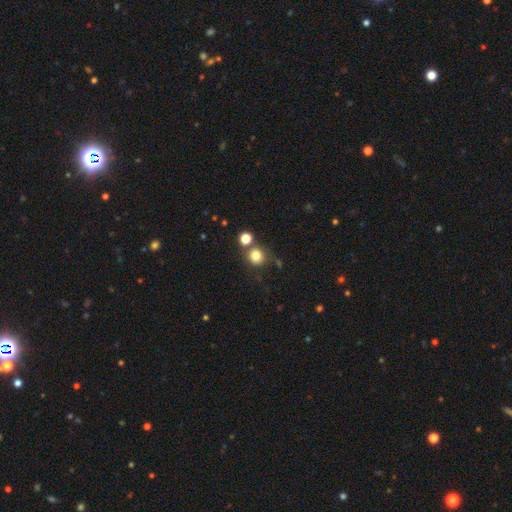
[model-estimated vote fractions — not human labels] A smooth galaxy with no disk features (81%) that is round (87%).

Vote fractions:
- Smooth or featured? smooth: 81% / star or artifact: 13% / featured or disk: 6%
- How rounded? round: 87% / in between: 12% / cigar-shaped: 1%
- Merging? none: 69% / merger: 17% / minor disturbance: 10% / major disturbance: 4%